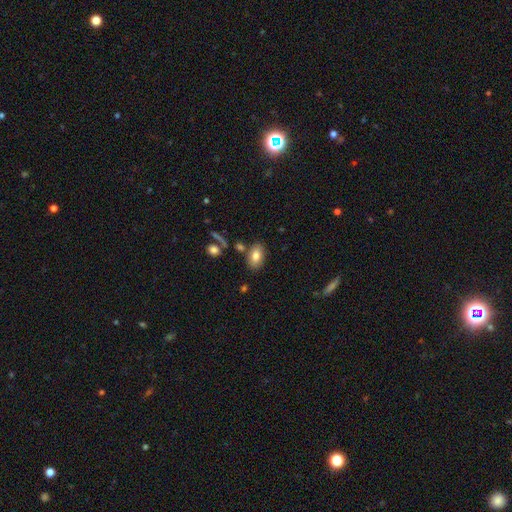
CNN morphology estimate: A smooth galaxy with no disk features (79%) that is in between round and cigar-shaped (90%). Merging: none (77%).